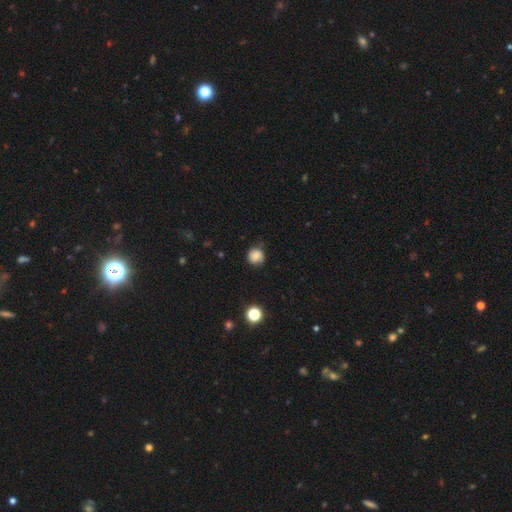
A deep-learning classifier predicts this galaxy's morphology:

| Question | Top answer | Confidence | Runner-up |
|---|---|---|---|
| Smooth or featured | smooth | 79% | star or artifact (11%) |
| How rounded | round | 89% | in between (10%) |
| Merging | none | 72% | minor disturbance (21%) |